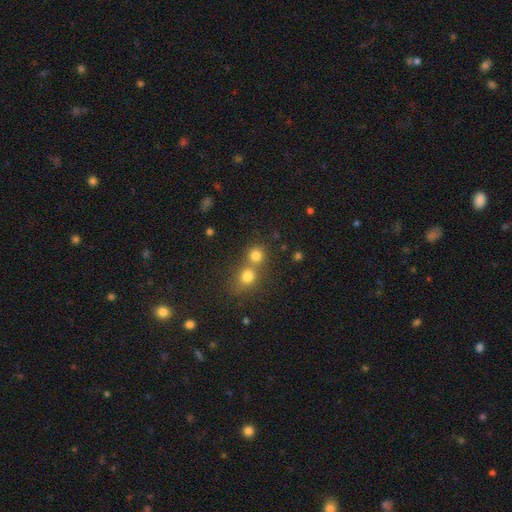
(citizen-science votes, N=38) smooth 92%, star or artifact 8%, featured or disk 0%. Down the decision tree: how rounded — round (86%); merging — merger (49%).